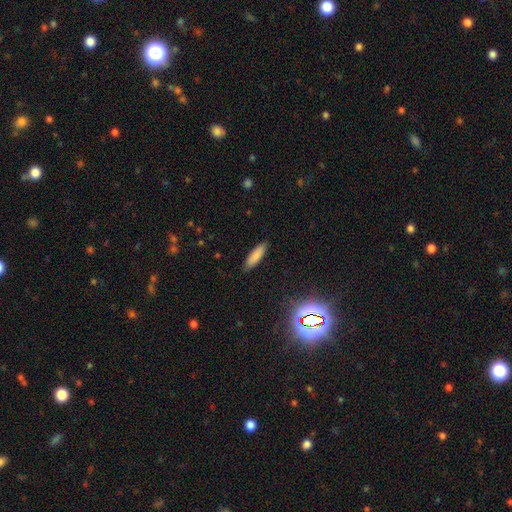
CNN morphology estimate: Overall: smooth (82%). How rounded: cigar-shaped (54%; in between 44%). Merging: none (88%).